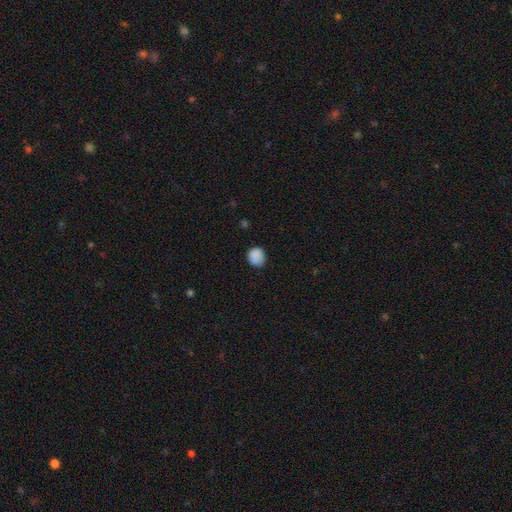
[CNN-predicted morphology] Smooth or featured: smooth — 87% (star or artifact — 9%)
How rounded: round — 77% (in between — 22%)
Merging: none — 76% (minor disturbance — 20%)